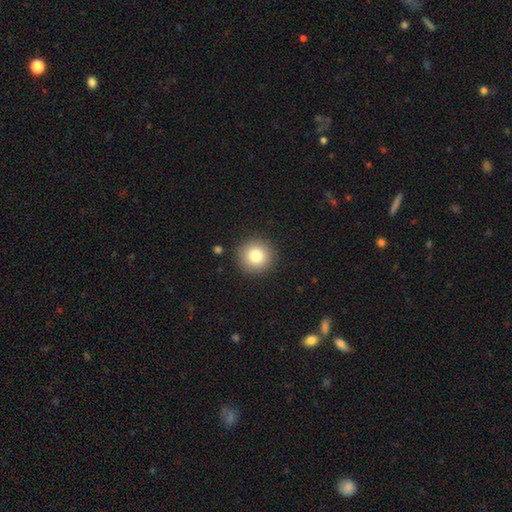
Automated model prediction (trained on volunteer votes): This is clearly a smooth galaxy (81%). How rounded: clearly round (95%). Merging: clearly none (91%).